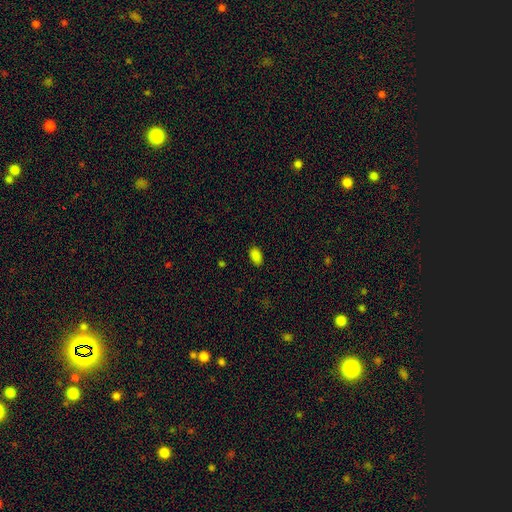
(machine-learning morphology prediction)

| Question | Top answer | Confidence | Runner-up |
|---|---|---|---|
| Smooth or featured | smooth | 86% | star or artifact (11%) |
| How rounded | in between | 93% | round (6%) |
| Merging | none | 87% | minor disturbance (10%) |